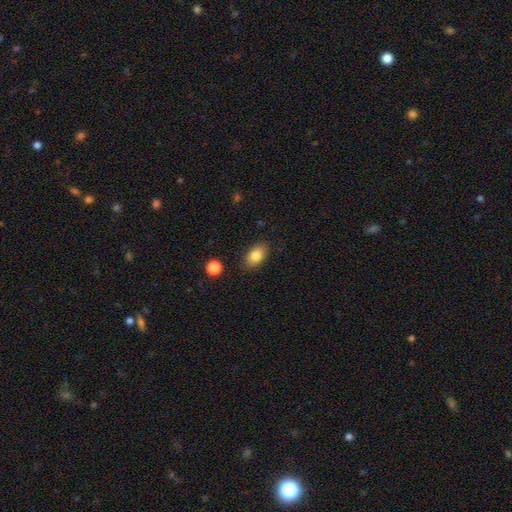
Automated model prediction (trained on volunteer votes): This is clearly a smooth galaxy (82%). How rounded: clearly in between (89%). Merging: clearly none (85%).